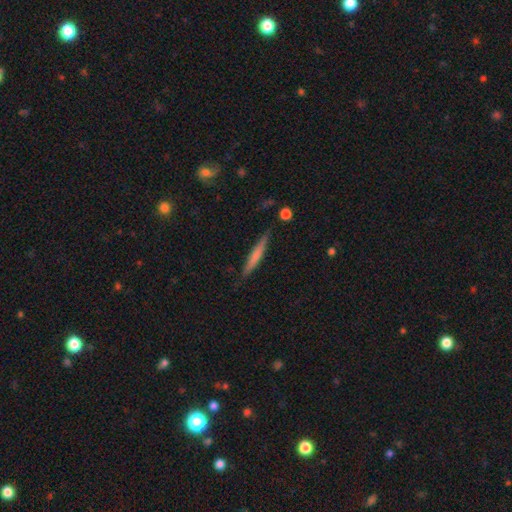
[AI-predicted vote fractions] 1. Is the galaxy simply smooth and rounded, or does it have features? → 61% smooth, 34% featured or disk, 6% star or artifact.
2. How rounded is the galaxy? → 95% cigar-shaped, 4% in between, 1% round.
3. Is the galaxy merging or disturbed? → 85% none, 11% minor disturbance, 2% major disturbance, 2% merger.